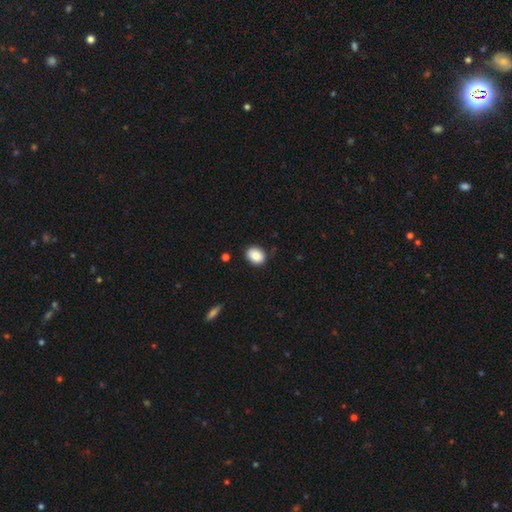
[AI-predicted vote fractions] Smooth or featured?
  - smooth: 87% *
  - star or artifact: 8%
  - featured or disk: 5%
How rounded?
  - in between: 59% *
  - round: 40%
  - cigar-shaped: 1%
Merging?
  - none: 85% *
  - minor disturbance: 11%
  - major disturbance: 2%
  - merger: 2%